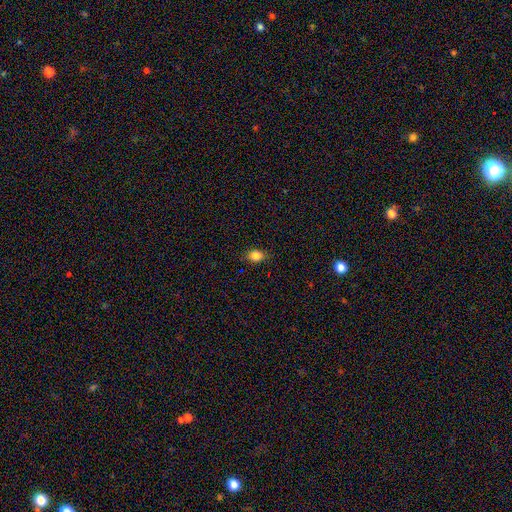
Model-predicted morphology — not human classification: This appears to be a smooth galaxy with no disk features (84%) that is in between round and cigar-shaped (57%). Merging: none (84%).